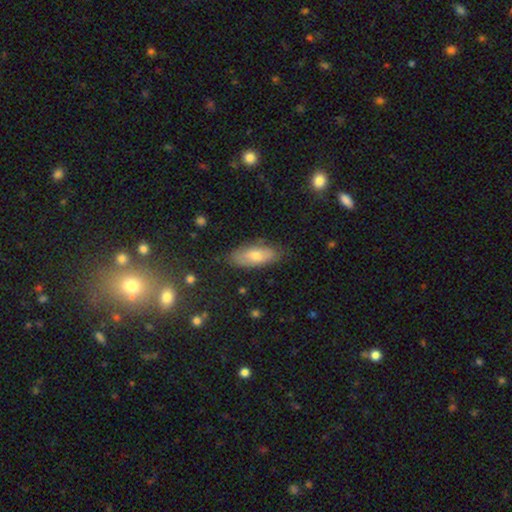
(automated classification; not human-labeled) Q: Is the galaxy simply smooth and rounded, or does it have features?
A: smooth — 64%.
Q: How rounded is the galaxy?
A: in between — 80%.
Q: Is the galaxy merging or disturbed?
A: none — 80%.